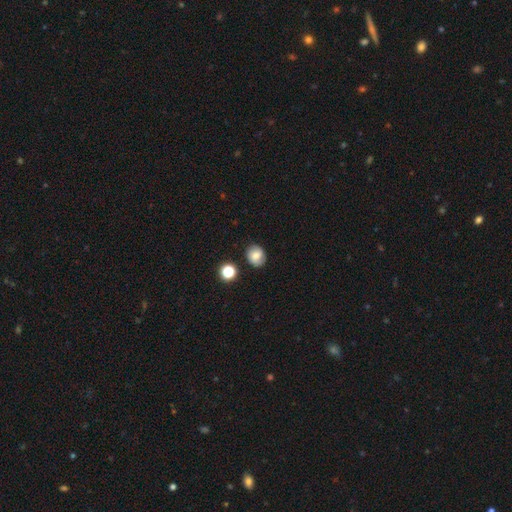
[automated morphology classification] Smooth or featured?
  - smooth: 67% *
  - featured or disk: 21%
  - star or artifact: 12%
How rounded?
  - round: 63% *
  - in between: 36%
  - cigar-shaped: 1%
Merging?
  - none: 81% *
  - minor disturbance: 13%
  - merger: 3%
  - major disturbance: 3%